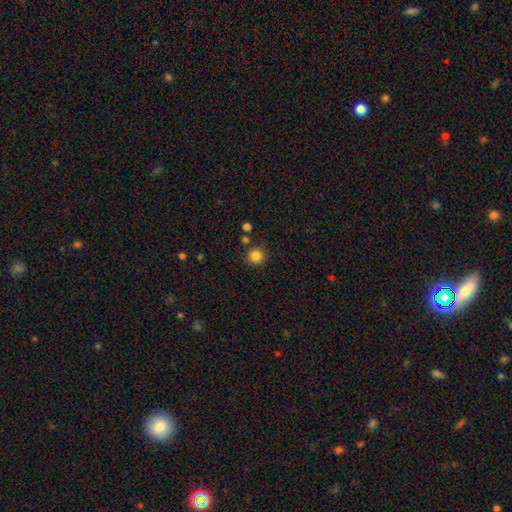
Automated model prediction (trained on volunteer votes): Smooth or featured? smooth (85%)
How rounded? round (93%)
Merging? none (87%)